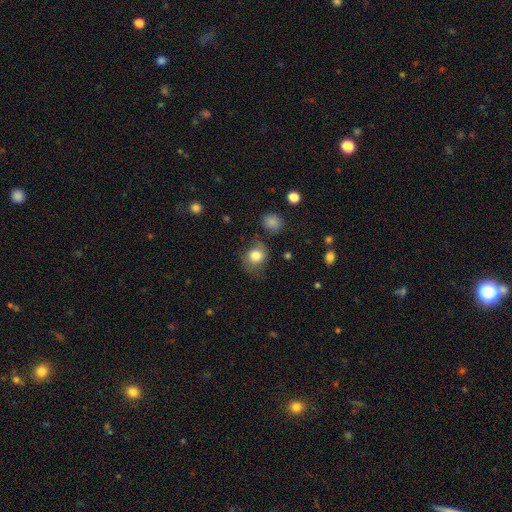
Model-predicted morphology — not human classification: A smooth galaxy with no disk features (81%) that is round (71%). Merging: none (67%).